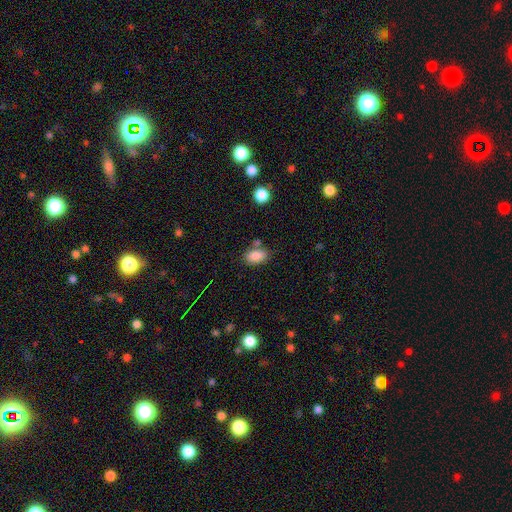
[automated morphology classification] This appears to be a smooth galaxy with no disk features (86%) that is in between round and cigar-shaped (89%). Merging: none (71%).